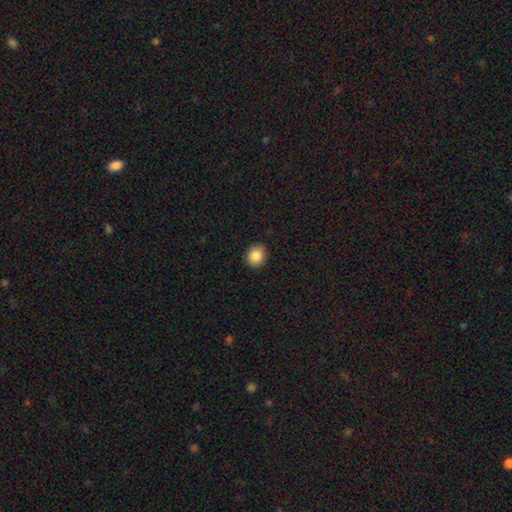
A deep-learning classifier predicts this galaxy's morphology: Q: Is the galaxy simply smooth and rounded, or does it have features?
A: smooth — 86%.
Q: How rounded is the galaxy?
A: round — 73%.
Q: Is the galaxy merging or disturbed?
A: none — 90%.